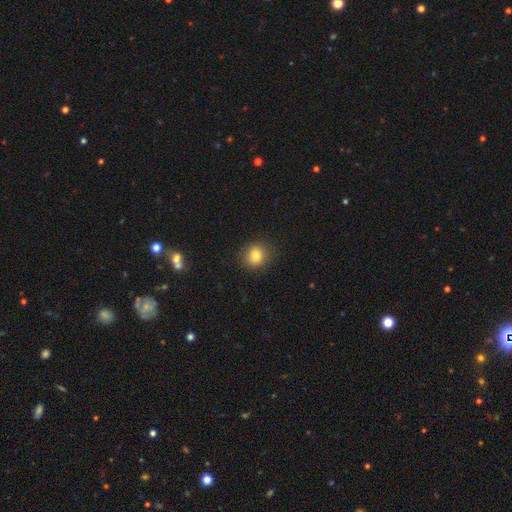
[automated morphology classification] Overall: smooth (81%). How rounded: round (85%). Merging: none (90%).